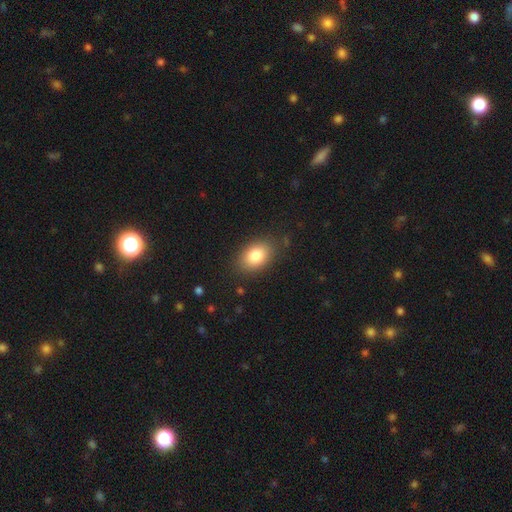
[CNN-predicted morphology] Smooth or featured? Predicted: smooth (p=0.83). How rounded? Predicted: in between (p=0.84). Merging? Predicted: none (p=0.84).